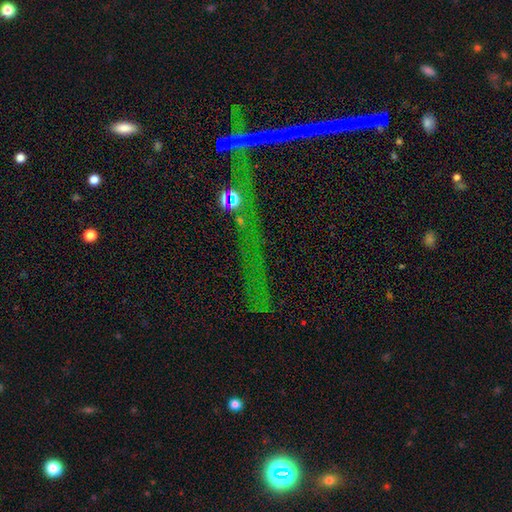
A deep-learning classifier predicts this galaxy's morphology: Smooth or featured: star or artifact — 78% (featured or disk — 12%)